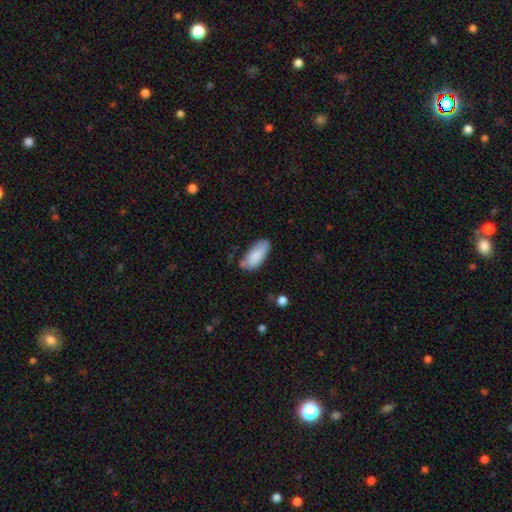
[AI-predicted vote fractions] smooth 84%, featured or disk 10%, star or artifact 6%. Down the decision tree: how rounded — in between (87%); merging — none (59%).